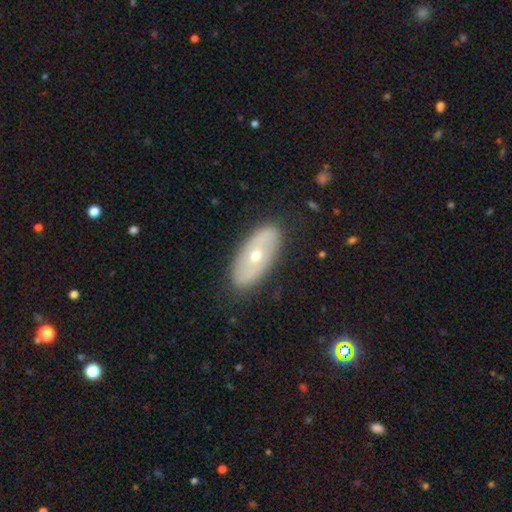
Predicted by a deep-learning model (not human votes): A featured or disk galaxy (50%). Merging: none (85%).